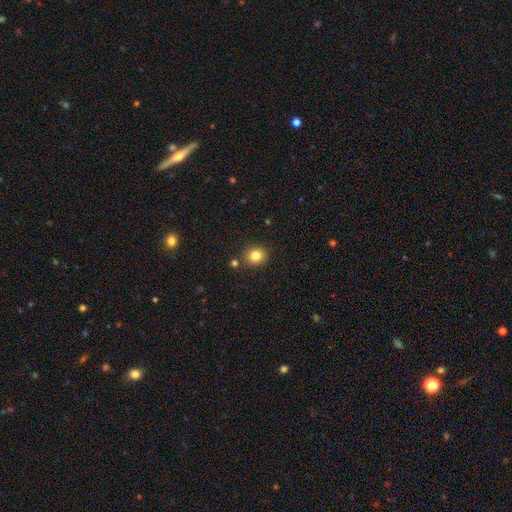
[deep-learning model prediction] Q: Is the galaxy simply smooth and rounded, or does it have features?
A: smooth — 82%.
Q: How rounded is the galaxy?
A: round — 75%.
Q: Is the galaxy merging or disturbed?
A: none — 84%.